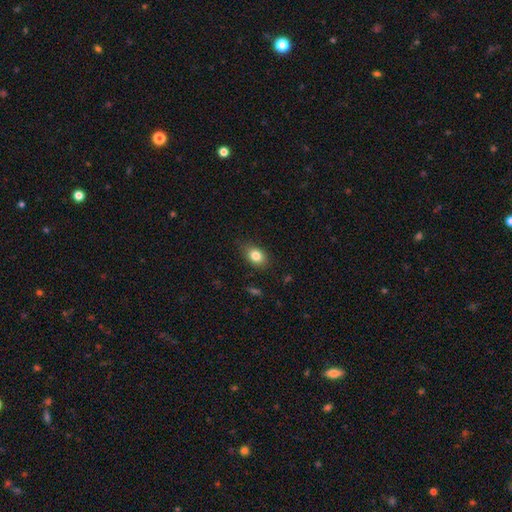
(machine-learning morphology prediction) Overall: smooth (82%). How rounded: in between (77%). Merging: none (83%).